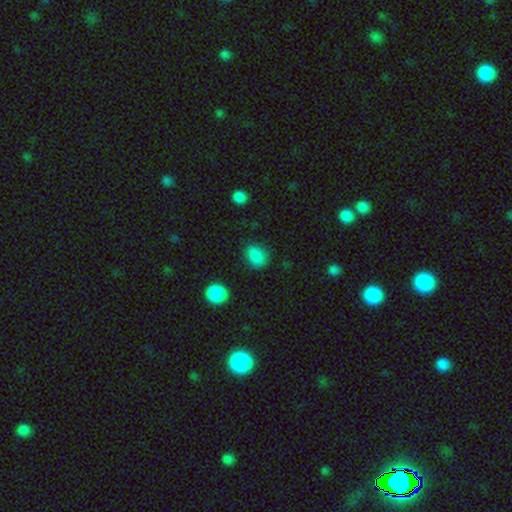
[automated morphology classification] smooth_or_featured: smooth (p=0.86) [alt: star or artifact p=0.10]
how_rounded: in between (p=0.68) [alt: round p=0.30]
merging: none (p=0.79) [alt: minor disturbance p=0.15]